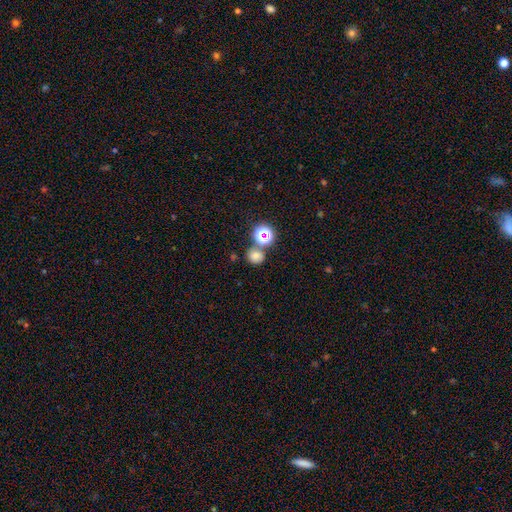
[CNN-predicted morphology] This is likely a smooth galaxy (71%). How rounded: clearly round (81%). Merging: likely none (69%).